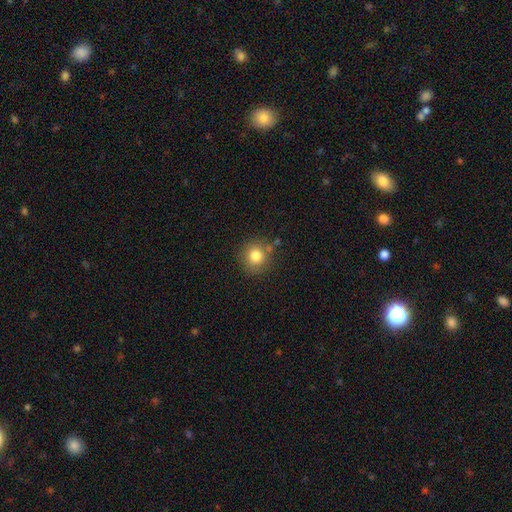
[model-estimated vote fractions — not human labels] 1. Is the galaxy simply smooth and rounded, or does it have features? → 80% smooth, 12% star or artifact, 9% featured or disk.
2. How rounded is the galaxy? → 91% round, 8% in between, 1% cigar-shaped.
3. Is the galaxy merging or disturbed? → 78% none, 12% minor disturbance, 7% merger, 4% major disturbance.